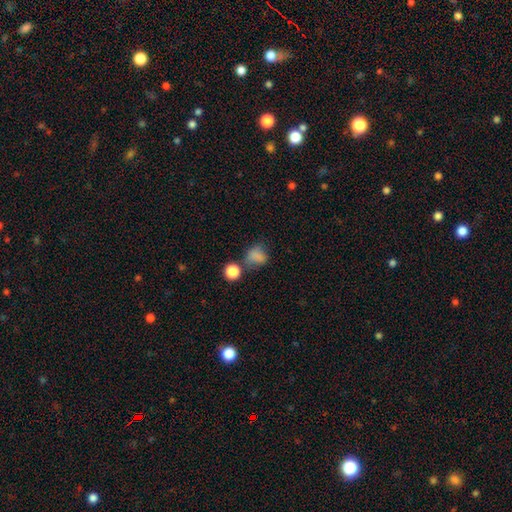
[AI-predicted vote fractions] smooth 78%, star or artifact 15%, featured or disk 7%. Down the decision tree: how rounded — round (61%); merging — none (53%).